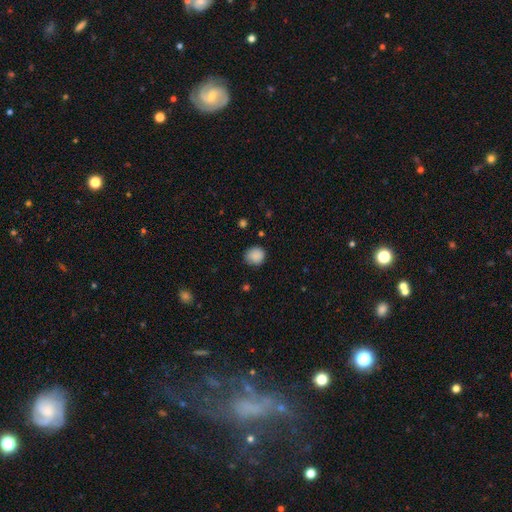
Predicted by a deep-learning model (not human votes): Overall: smooth (88%). How rounded: round (85%). Merging: none (78%).